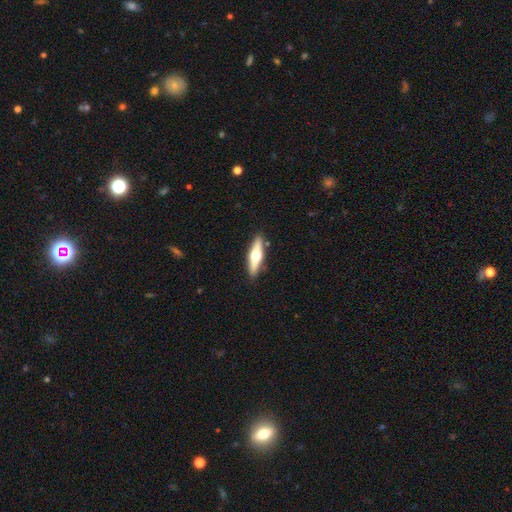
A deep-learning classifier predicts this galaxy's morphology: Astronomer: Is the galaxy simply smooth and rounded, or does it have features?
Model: featured or disk — 58% (runner-up: smooth, 37%).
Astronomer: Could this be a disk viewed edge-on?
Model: yes — 94%.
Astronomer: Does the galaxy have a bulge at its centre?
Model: rounded — 95%.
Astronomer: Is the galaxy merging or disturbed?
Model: none — 89%.